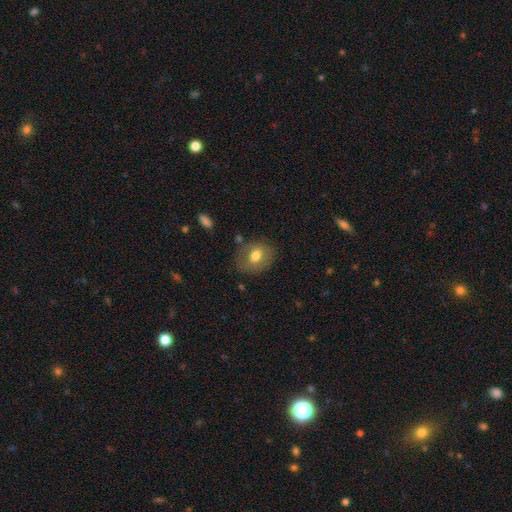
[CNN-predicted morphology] Smooth or featured?
  - smooth: 65% *
  - featured or disk: 27%
  - star or artifact: 8%
How rounded?
  - round: 50% *
  - in between: 49%
  - cigar-shaped: 1%
Merging?
  - none: 74% *
  - minor disturbance: 17%
  - major disturbance: 6%
  - merger: 3%